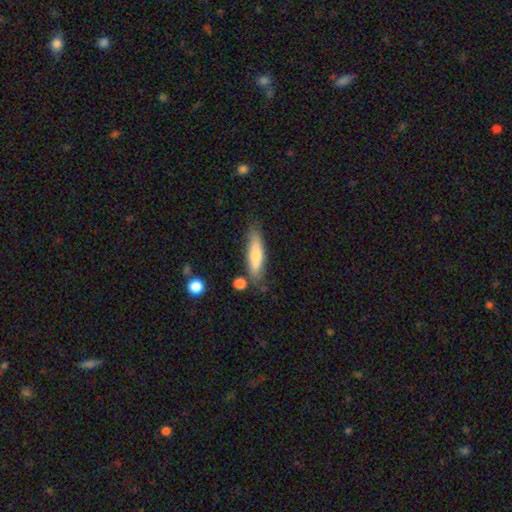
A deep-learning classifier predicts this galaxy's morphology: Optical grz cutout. It shows a smooth galaxy with no disk features (66%) that is cigar-shaped (72%). Merging: none (77%).